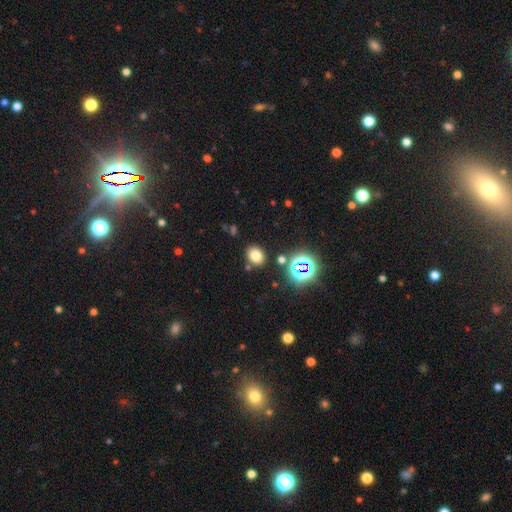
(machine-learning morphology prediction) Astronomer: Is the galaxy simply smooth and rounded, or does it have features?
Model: smooth — 73%.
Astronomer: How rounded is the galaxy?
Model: in between — 54% (runner-up: round, 45%).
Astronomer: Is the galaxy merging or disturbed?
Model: none — 82%.